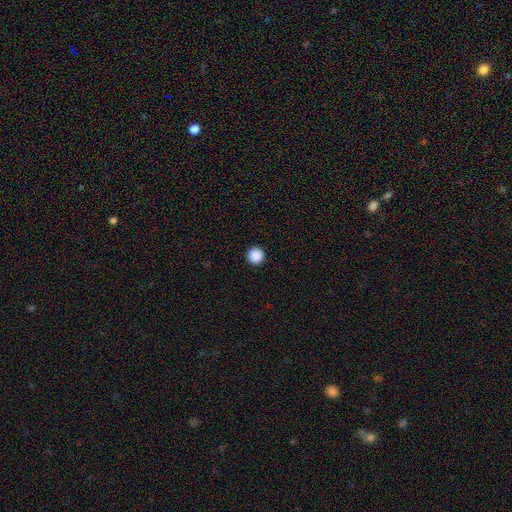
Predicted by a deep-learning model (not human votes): smooth 89%, star or artifact 9%, featured or disk 2%. Down the decision tree: how rounded — round (97%); merging — none (94%).